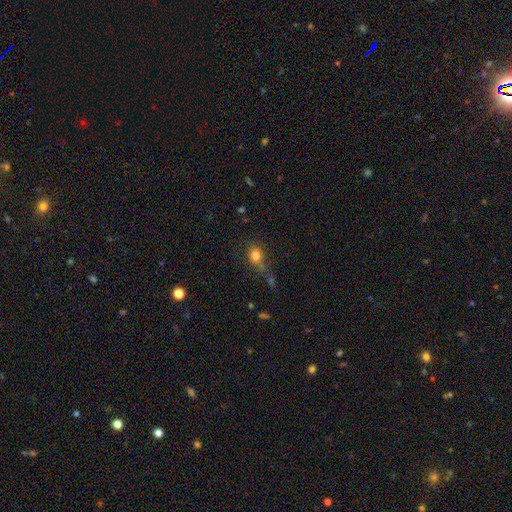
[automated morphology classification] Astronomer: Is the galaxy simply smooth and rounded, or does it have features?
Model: smooth — 78%.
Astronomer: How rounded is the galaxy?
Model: round — 72%.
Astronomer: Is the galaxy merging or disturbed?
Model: none — 53%.